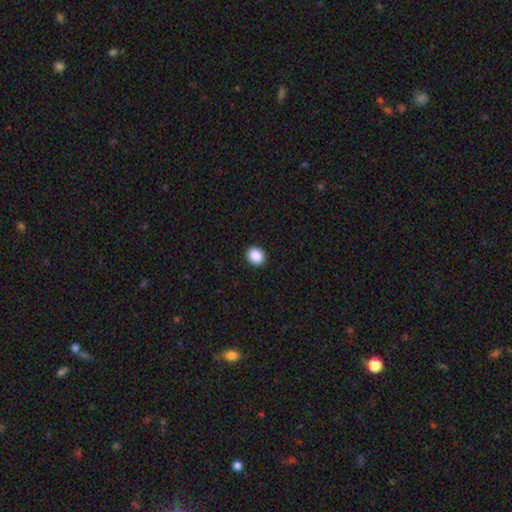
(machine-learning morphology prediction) A smooth galaxy with no disk features (89%) that is round (80%). Merging: none (93%).